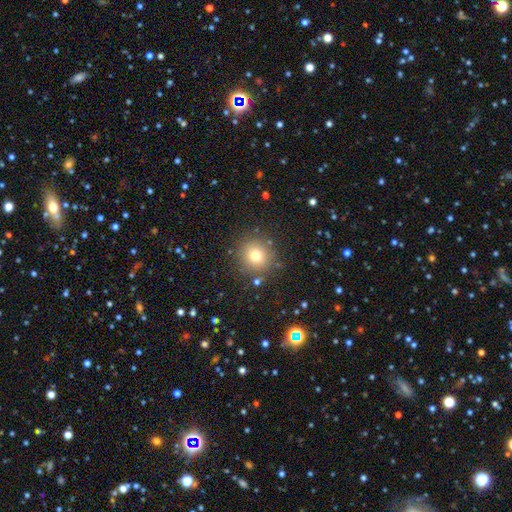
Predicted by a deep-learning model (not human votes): Smooth or featured?
  - smooth: 75% *
  - star or artifact: 16%
  - featured or disk: 10%
How rounded?
  - round: 92% *
  - in between: 7%
  - cigar-shaped: 1%
Merging?
  - none: 87% *
  - minor disturbance: 8%
  - major disturbance: 3%
  - merger: 2%